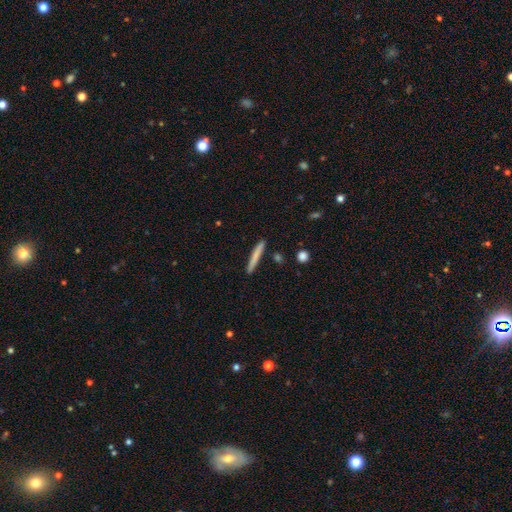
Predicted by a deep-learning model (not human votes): smooth_or_featured: smooth (p=0.73) [alt: featured or disk p=0.21]
how_rounded: cigar-shaped (p=0.96) [alt: in between p=0.02]
merging: none (p=0.89) [alt: minor disturbance p=0.07]